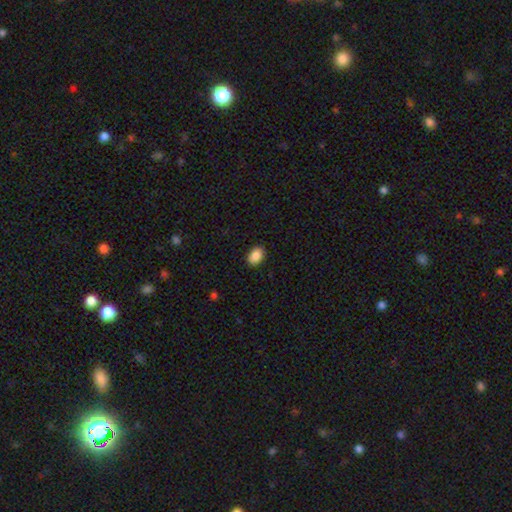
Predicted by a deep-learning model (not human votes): Smooth or featured?
  - smooth: 89% *
  - star or artifact: 8%
  - featured or disk: 4%
How rounded?
  - in between: 84% *
  - round: 15%
  - cigar-shaped: 1%
Merging?
  - none: 88% *
  - minor disturbance: 9%
  - major disturbance: 2%
  - merger: 1%